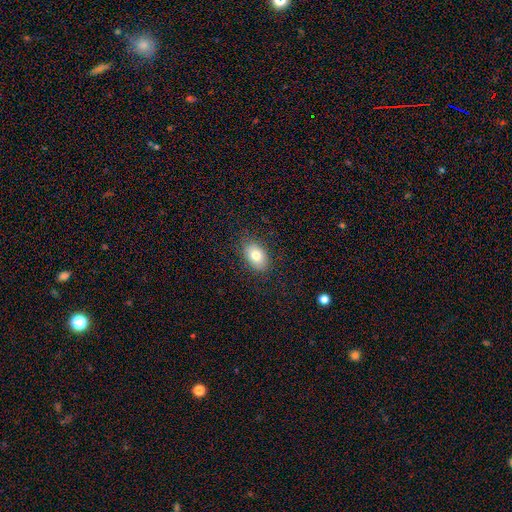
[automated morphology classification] This appears to be a smooth galaxy with no disk features (79%) that is in between round and cigar-shaped (88%). Merging: none (85%).